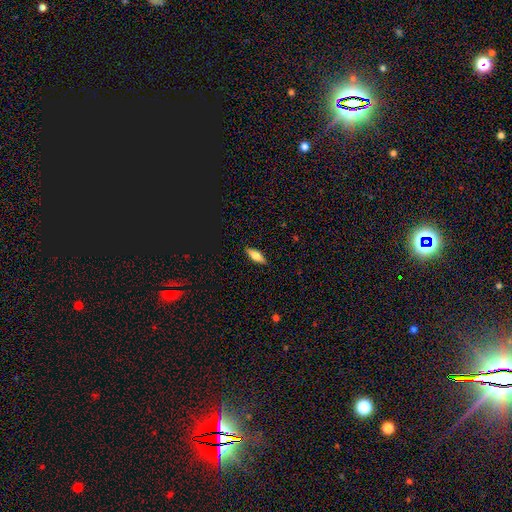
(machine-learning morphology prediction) Smooth or featured? Predicted: smooth (p=0.64). How rounded? Predicted: in between (p=0.66). Merging? Predicted: none (p=0.88).